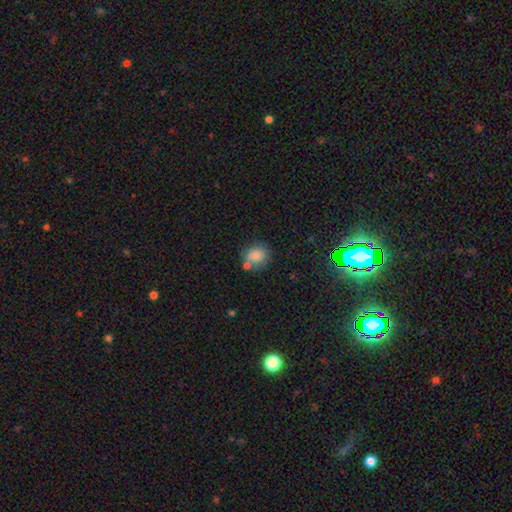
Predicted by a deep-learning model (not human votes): Overall: smooth (81%). How rounded: round (74%). Merging: none (64%).